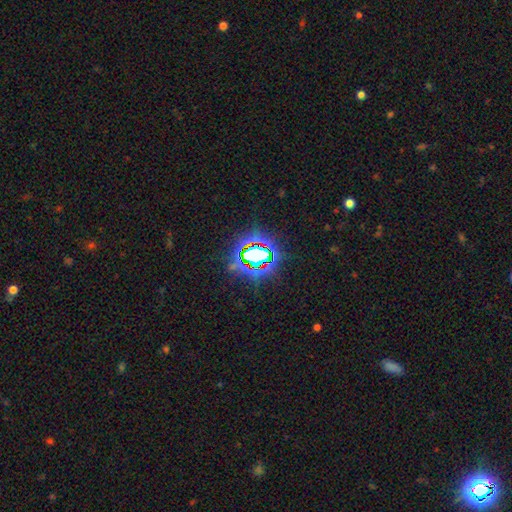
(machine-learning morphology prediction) smooth-or-featured: star or artifact: 72% | smooth: 16% | featured or disk: 12%